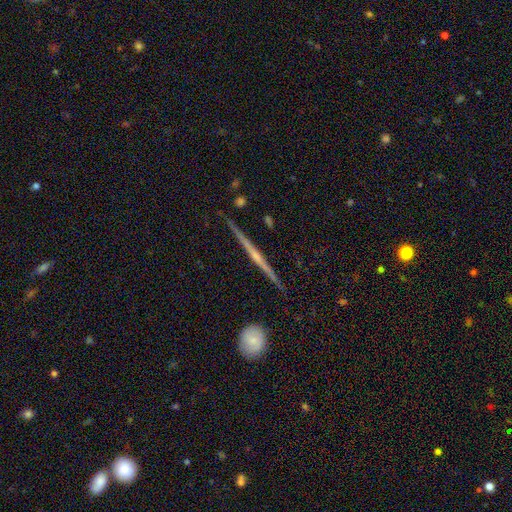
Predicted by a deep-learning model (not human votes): Overall: featured or disk (81%). Edge-on disk: yes (98%). Edge-on bulge: rounded (58%; none 31%). Merging: none (90%).